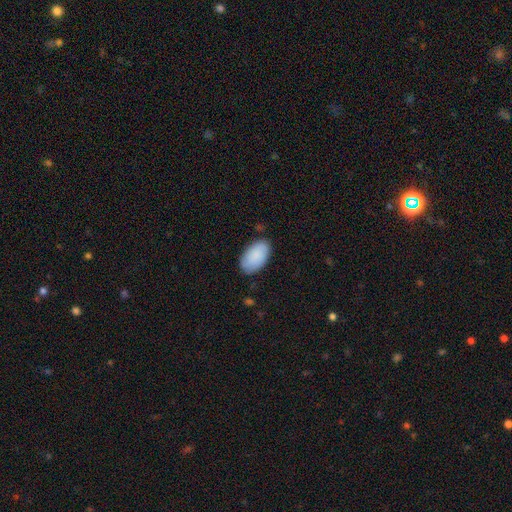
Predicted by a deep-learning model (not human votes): smooth_or_featured: smooth (p=0.89) [alt: featured or disk p=0.06]
how_rounded: in between (p=0.96) [alt: round p=0.03]
merging: none (p=0.83) [alt: minor disturbance p=0.13]